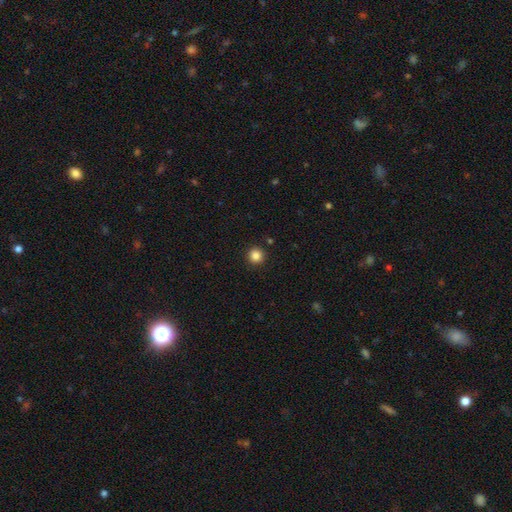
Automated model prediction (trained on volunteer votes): Smooth or featured: smooth — 85% (star or artifact — 11%)
How rounded: round — 96% (in between — 3%)
Merging: none — 93% (minor disturbance — 4%)